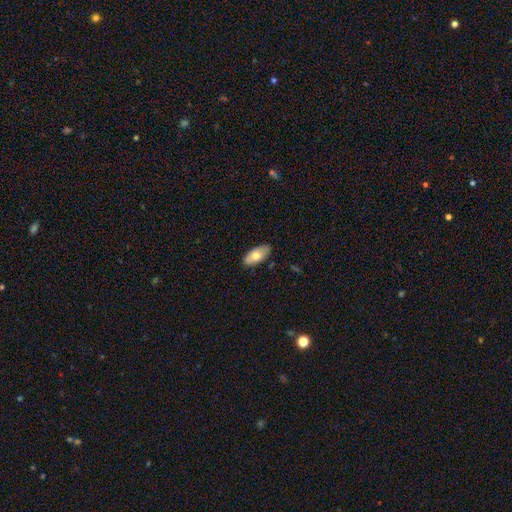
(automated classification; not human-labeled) Morphology: type=smooth (71%); roundness=in between (91%); merging=none (83%).